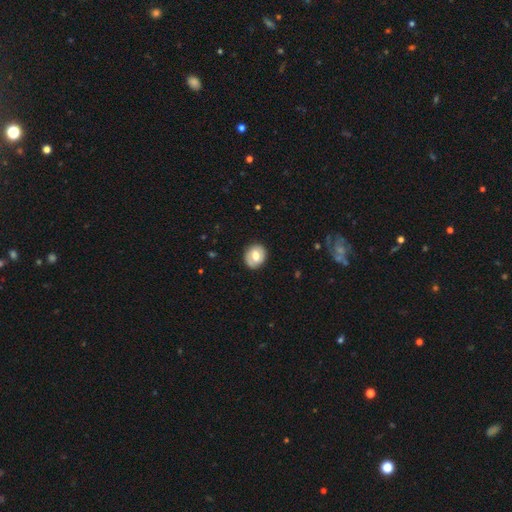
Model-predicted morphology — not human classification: Q: Smooth or featured?
A: smooth (60%); runner-up: featured or disk (33%)
Q: How rounded?
A: round (67%); runner-up: in between (32%)
Q: Merging?
A: none (83%); runner-up: minor disturbance (13%)